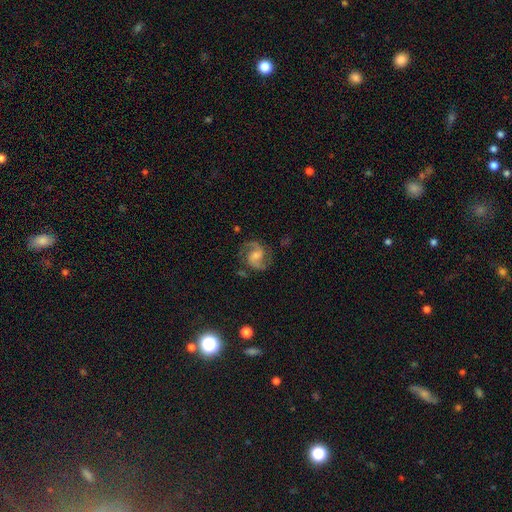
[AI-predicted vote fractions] Overall: featured or disk (87%). Edge-on disk: no (98%). Bar: weak (46%; no 42%). Spiral arms: yes (97%). Spiral arm count: 2 (92%). Spiral winding: medium (58%; loose 24%). Bulge size: small (45%; moderate 41%). Merging: none (76%).